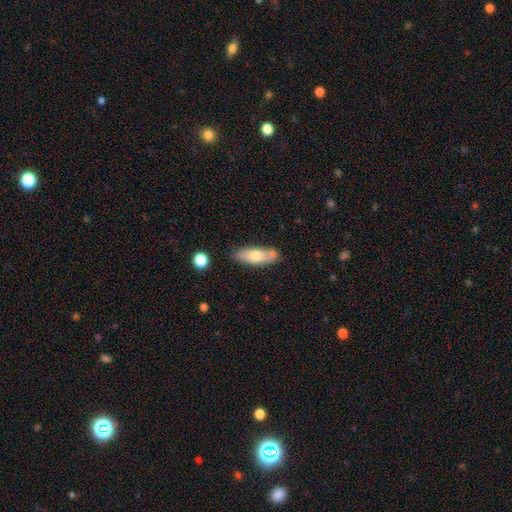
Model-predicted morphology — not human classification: Smooth or featured? Predicted: smooth (p=0.67). How rounded? Predicted: in between (p=0.60). Merging? Predicted: none (p=0.74).